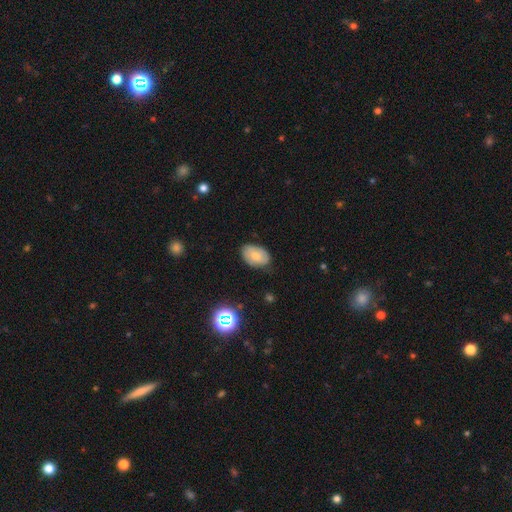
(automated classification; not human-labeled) A smooth galaxy with no disk features (67%) that is in between round and cigar-shaped (88%). Merging: none (76%).